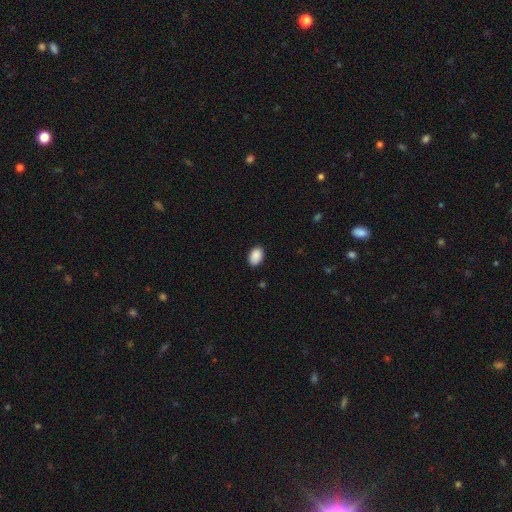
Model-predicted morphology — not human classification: Smooth or featured?
  - smooth: 90% *
  - star or artifact: 7%
  - featured or disk: 3%
How rounded?
  - in between: 86% *
  - round: 13%
  - cigar-shaped: 1%
Merging?
  - none: 87% *
  - minor disturbance: 10%
  - major disturbance: 2%
  - merger: 1%